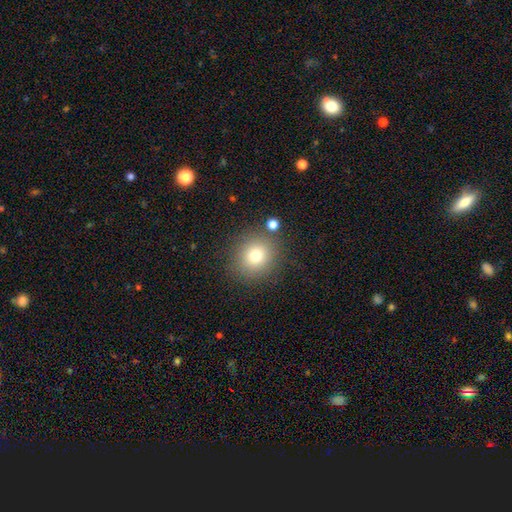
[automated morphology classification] This appears to be a smooth galaxy with no disk features (75%) that is round (83%). Merging: none (82%).